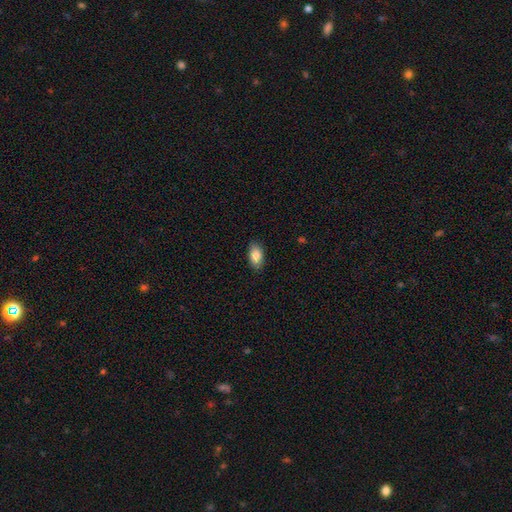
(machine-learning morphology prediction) Overall: smooth (86%). How rounded: in between (92%). Merging: none (88%).